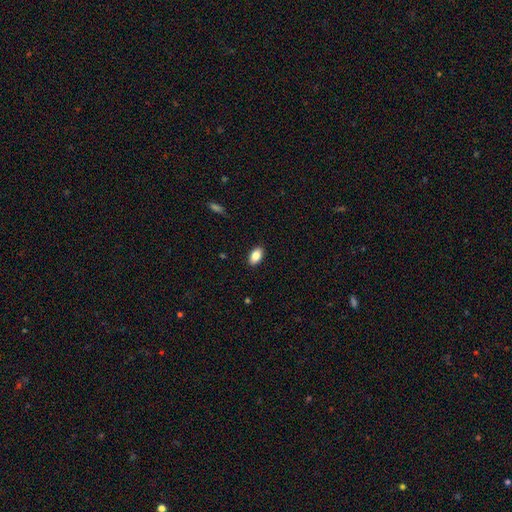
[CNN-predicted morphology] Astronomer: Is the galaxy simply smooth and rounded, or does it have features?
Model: smooth — 86%.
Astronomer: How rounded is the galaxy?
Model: in between — 93%.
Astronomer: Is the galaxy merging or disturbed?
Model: none — 89%.